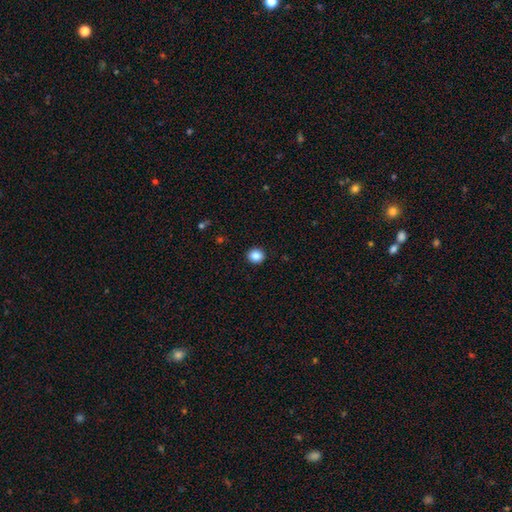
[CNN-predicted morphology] smooth 86%, star or artifact 10%, featured or disk 4%. Down the decision tree: how rounded — round (85%); merging — none (92%).